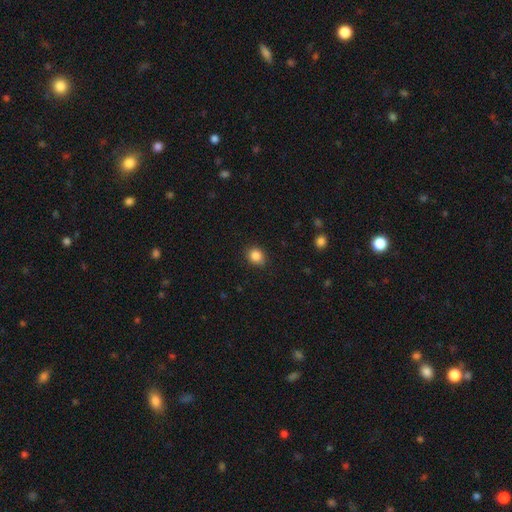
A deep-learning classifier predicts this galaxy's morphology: A smooth galaxy with no disk features (85%) that is round (73%). Merging: none (86%).